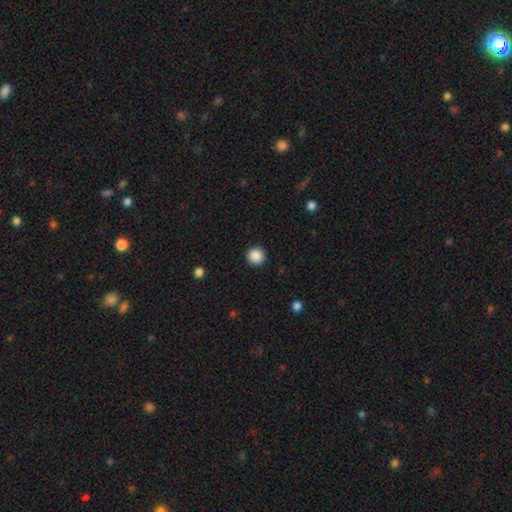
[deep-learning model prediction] smooth-or-featured: smooth: 88% | star or artifact: 9% | featured or disk: 3%
  how-rounded: round: 94% | in between: 5% | cigar-shaped: 1%
  merging: none: 92% | minor disturbance: 5% | major disturbance: 2% | merger: 1%